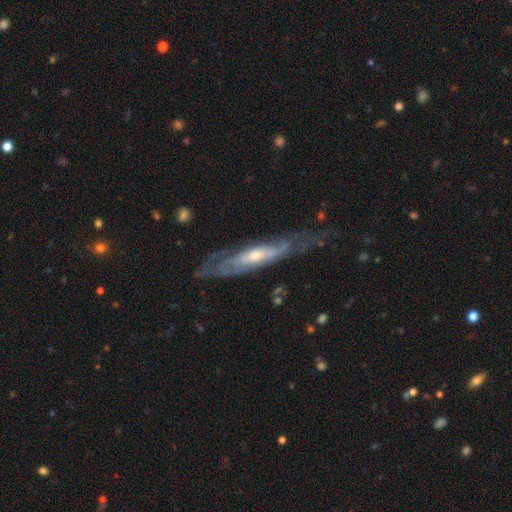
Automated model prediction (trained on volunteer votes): Smooth or featured?
  - featured or disk: 78% *
  - smooth: 16%
  - star or artifact: 6%
Edge-on disk?
  - no: 57% *
  - yes: 43%
Merging?
  - none: 62% *
  - minor disturbance: 22%
  - major disturbance: 14%
  - merger: 2%